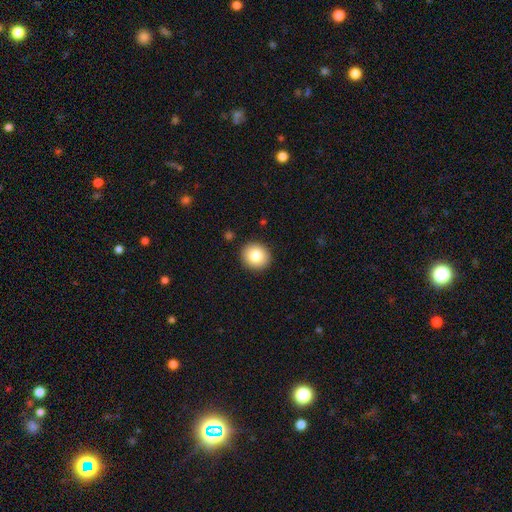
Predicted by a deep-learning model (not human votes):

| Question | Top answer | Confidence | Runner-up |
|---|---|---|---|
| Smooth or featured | smooth | 82% | featured or disk (9%) |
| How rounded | round | 87% | in between (12%) |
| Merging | none | 91% | minor disturbance (6%) |